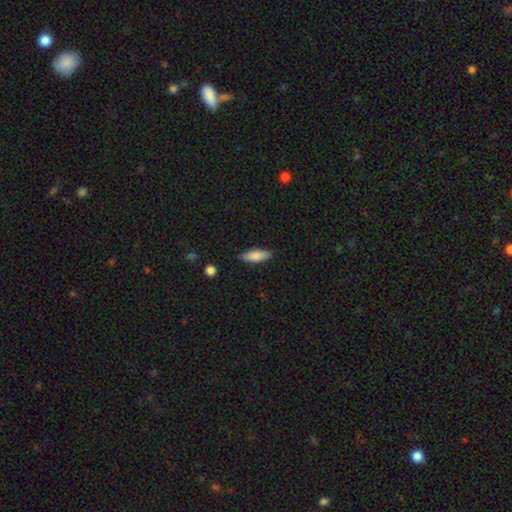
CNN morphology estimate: smooth 82%, featured or disk 12%, star or artifact 6%. Down the decision tree: how rounded — in between (59%); merging — none (86%).